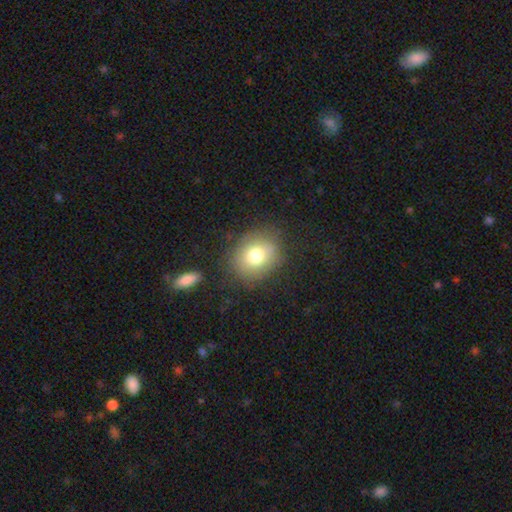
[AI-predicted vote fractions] This appears to be a smooth galaxy with no disk features (75%) that is round (64%). Merging: none (79%).